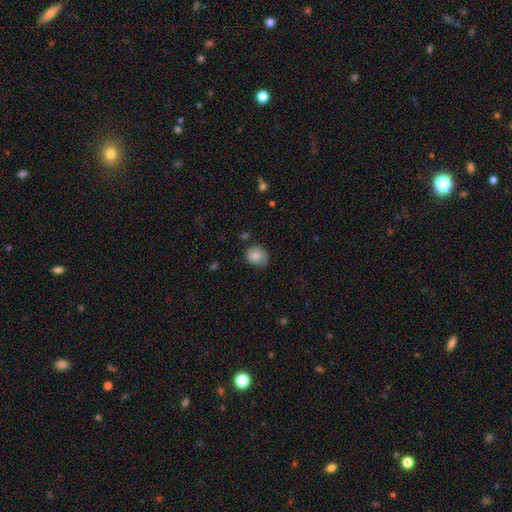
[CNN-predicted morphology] smooth_or_featured: smooth (p=0.76) [alt: featured or disk p=0.16]
how_rounded: round (p=0.71) [alt: in between p=0.28]
merging: none (p=0.59) [alt: minor disturbance p=0.30]